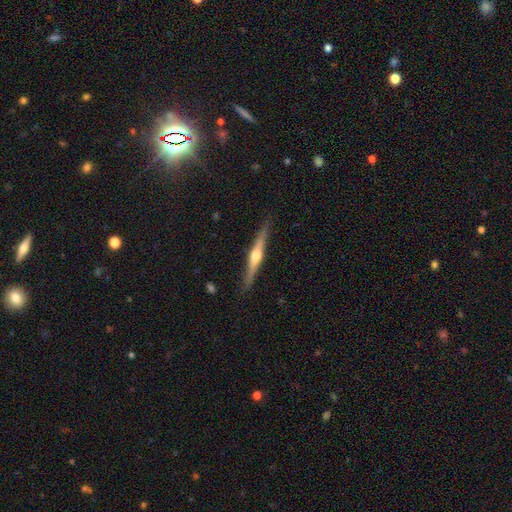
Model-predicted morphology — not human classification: A featured or disk galaxy (74%) viewed edge-on (98%) with a rounded central bulge (92%).

Vote fractions:
- Smooth or featured? featured or disk: 74% / smooth: 21% / star or artifact: 5%
- Edge-on disk? yes: 98% / no: 2%
- Edge-on bulge? rounded: 92% / boxy: 5% / none: 4%
- Merging? none: 88% / minor disturbance: 9% / major disturbance: 2% / merger: 1%